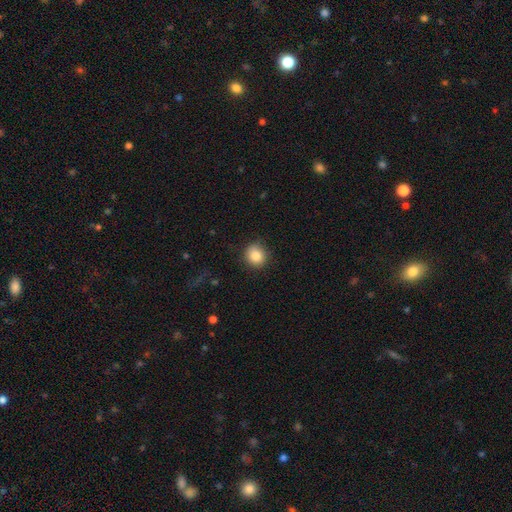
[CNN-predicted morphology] Smooth or featured?
  - smooth: 85% *
  - star or artifact: 9%
  - featured or disk: 6%
How rounded?
  - round: 87% *
  - in between: 12%
  - cigar-shaped: 1%
Merging?
  - none: 87% *
  - minor disturbance: 10%
  - major disturbance: 3%
  - merger: 1%